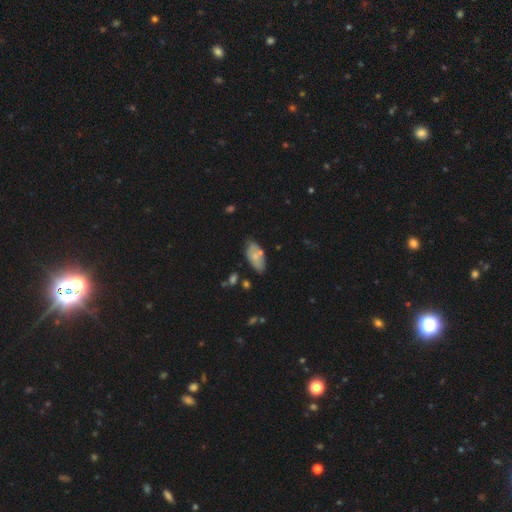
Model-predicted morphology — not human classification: smooth-or-featured: smooth: 71% | featured or disk: 22% | star or artifact: 7%
  how-rounded: in between: 91% | cigar-shaped: 7% | round: 2%
  merging: none: 67% | minor disturbance: 21% | merger: 8% | major disturbance: 5%